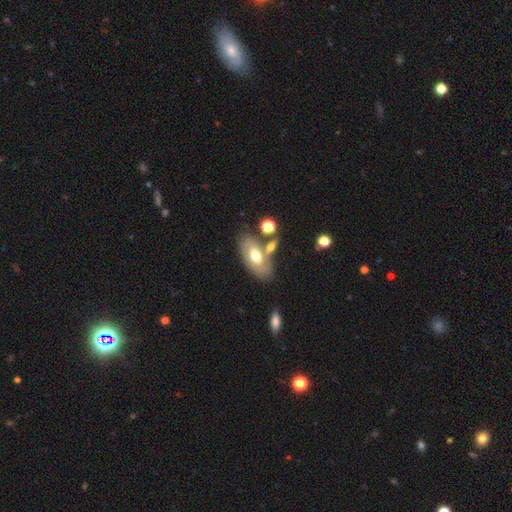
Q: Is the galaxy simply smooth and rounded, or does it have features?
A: smooth — 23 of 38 (61%).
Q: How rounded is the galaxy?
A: in between — 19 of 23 (83%).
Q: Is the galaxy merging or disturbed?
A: none — 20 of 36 (56%).